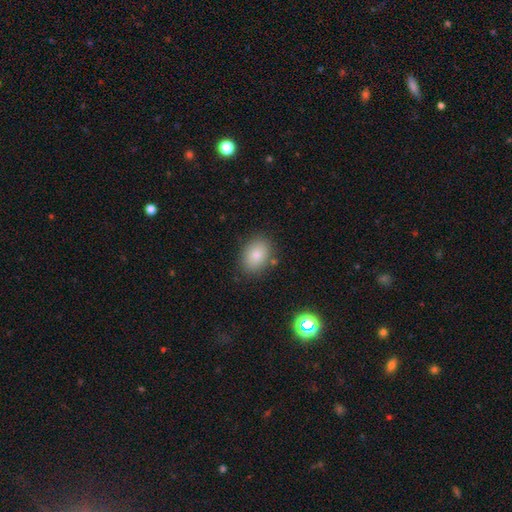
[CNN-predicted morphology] Smooth or featured: smooth — 80% (featured or disk — 10%)
How rounded: in between — 71% (round — 28%)
Merging: none — 83% (minor disturbance — 11%)